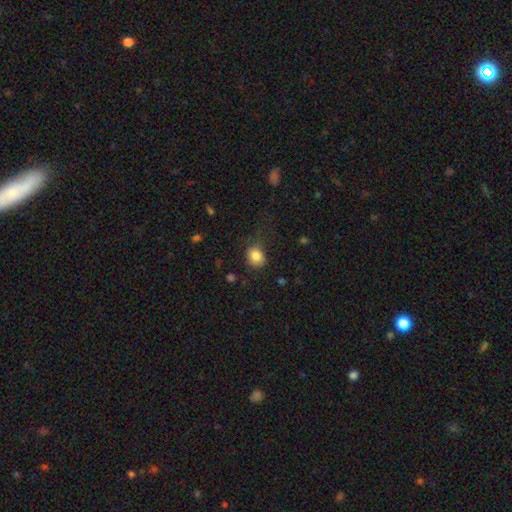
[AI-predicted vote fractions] A smooth galaxy with no disk features (83%) that is round (61%). Merging: none (66%).